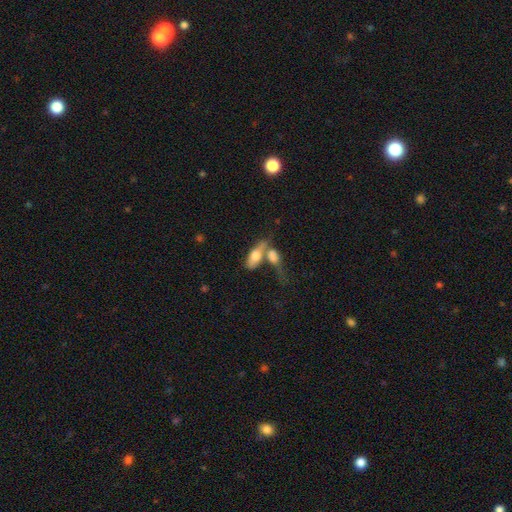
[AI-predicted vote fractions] The model was most divided on "merging": merger: 56%, none: 25%, minor disturbance: 10%, major disturbance: 8%. More confident: how rounded — in between (79%); smooth or featured — smooth (67%).